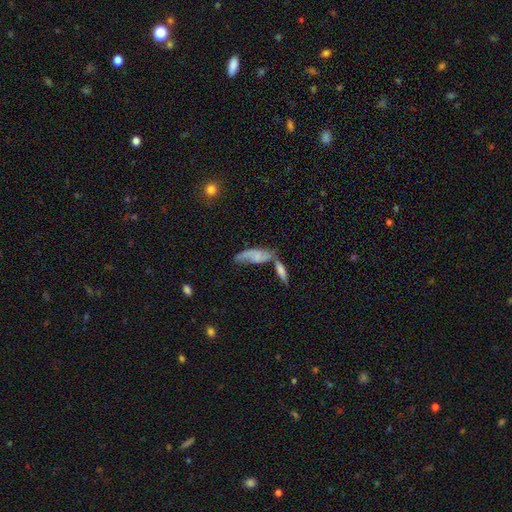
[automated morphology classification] type=smooth (47%); merging=none (35%).